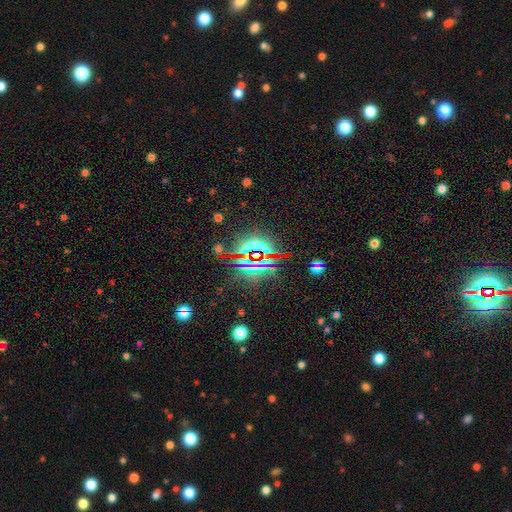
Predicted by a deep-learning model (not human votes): smooth-or-featured: star or artifact: 78% | smooth: 13% | featured or disk: 10%